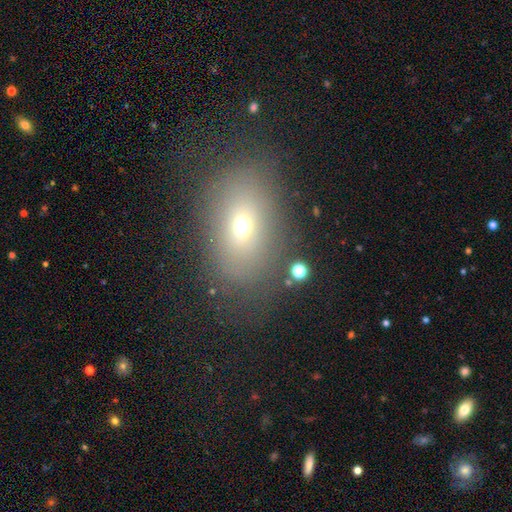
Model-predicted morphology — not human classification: The model was most divided on "smooth or featured": smooth: 61%, featured or disk: 20%, star or artifact: 20%. More confident: merging — none (77%); how rounded — in between (77%).